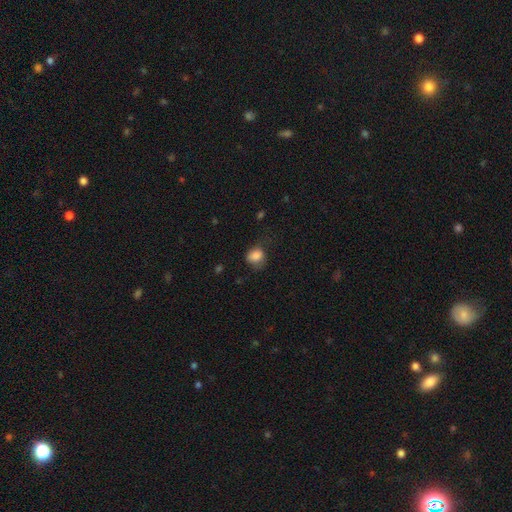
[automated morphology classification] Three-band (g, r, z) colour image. It shows a smooth galaxy with no disk features (82%) that is round (51%). Merging: none (51%).